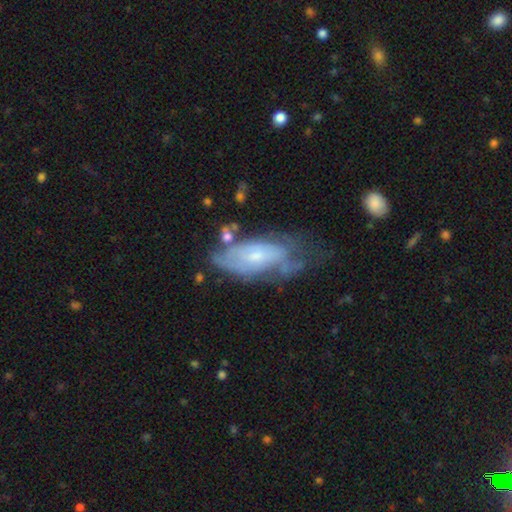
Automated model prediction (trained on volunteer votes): A featured or disk galaxy (65%) with no bar (67%), spiral arms (70%) and a small central bulge (58%). Merging: none (40%).